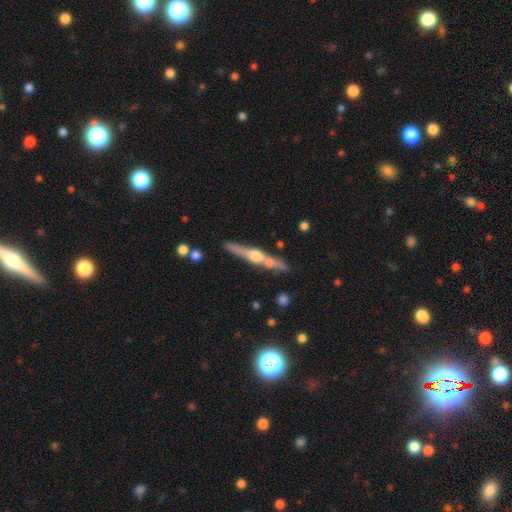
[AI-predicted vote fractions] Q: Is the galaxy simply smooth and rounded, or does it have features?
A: featured or disk — 67%.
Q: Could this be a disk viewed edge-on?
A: yes — 94%.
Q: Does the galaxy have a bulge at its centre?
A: rounded — 91%.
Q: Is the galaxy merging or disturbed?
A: none — 62%.